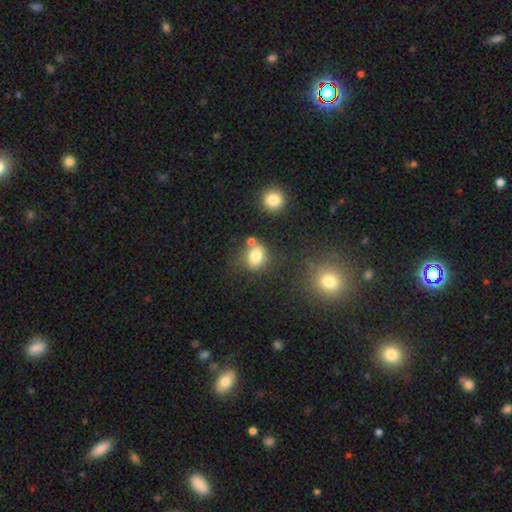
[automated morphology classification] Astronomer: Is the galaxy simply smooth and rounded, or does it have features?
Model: smooth — 77%.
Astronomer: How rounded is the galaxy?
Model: in between — 57% (runner-up: round, 42%).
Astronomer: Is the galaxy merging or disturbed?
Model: none — 57%.